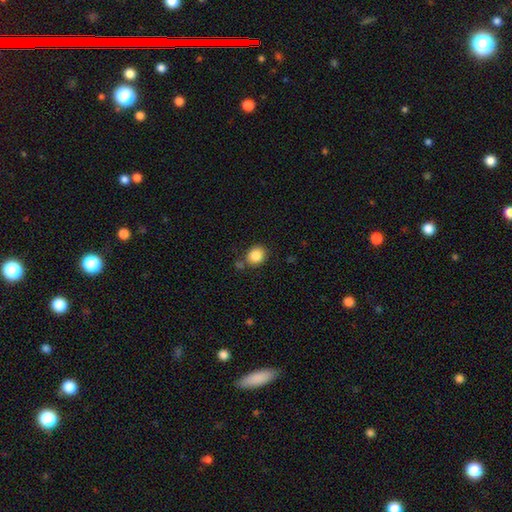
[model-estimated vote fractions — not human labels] smooth_or_featured: smooth (p=0.86) [alt: star or artifact p=0.09]
how_rounded: round (p=0.74) [alt: in between p=0.25]
merging: none (p=0.74) [alt: minor disturbance p=0.12]